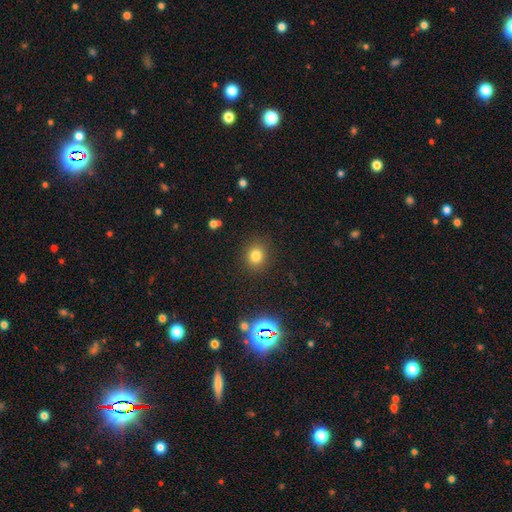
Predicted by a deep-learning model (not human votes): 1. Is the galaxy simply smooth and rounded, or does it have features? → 79% smooth, 15% star or artifact, 6% featured or disk.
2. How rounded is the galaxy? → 81% round, 18% in between, 1% cigar-shaped.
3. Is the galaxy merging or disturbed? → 88% none, 8% minor disturbance, 3% major disturbance, 2% merger.